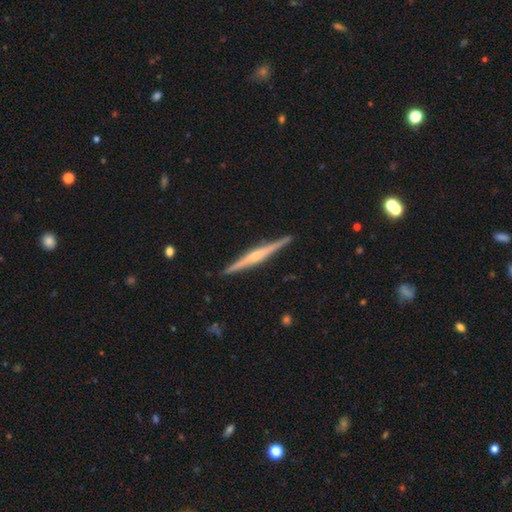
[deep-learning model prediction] This is likely a featured or disk galaxy (77%). It is clearly viewed edge-on (98%). Edge-on bulge: likely rounded (61%). Merging: clearly none (91%).